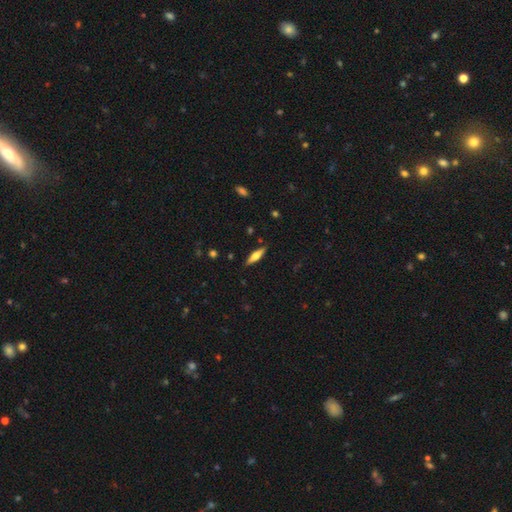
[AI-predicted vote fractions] Smooth or featured? Predicted: smooth (p=0.50). How rounded? Predicted: cigar-shaped (p=0.68). Merging? Predicted: none (p=0.88).